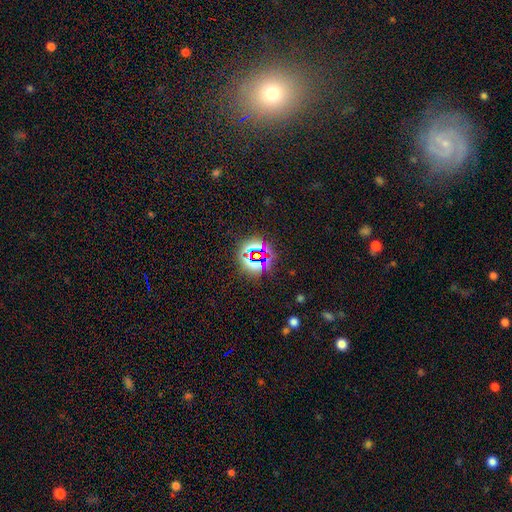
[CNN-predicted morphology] Overall: star or artifact (74%).